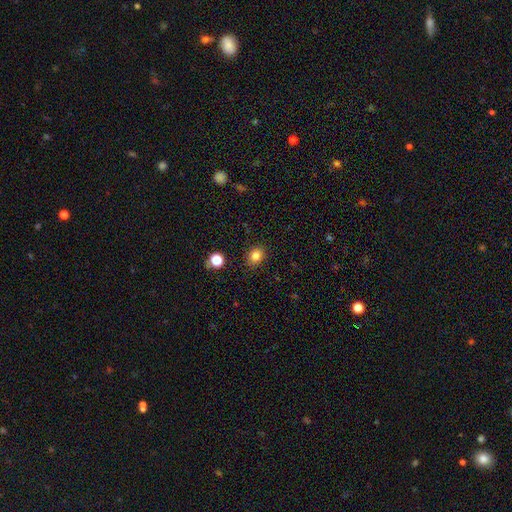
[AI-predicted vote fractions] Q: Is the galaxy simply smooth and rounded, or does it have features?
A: smooth — 82%.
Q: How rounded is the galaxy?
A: round — 59%.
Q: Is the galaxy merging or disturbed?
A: none — 87%.